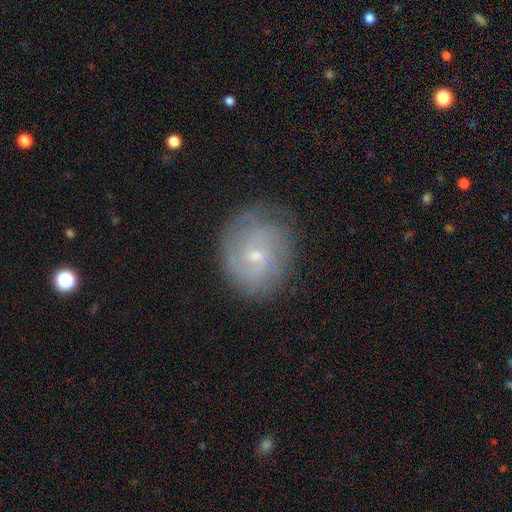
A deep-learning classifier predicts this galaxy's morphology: This is likely a featured or disk galaxy (71%). It is clearly not viewed edge-on (97%). Bar: possibly weak (50%). Spiral arm pattern: clearly yes (89%). Spiral arm count: marginally can't tell (40%). Spiral winding: possibly tight (54%). Central bulge: likely small (66%). Merging: likely none (73%).